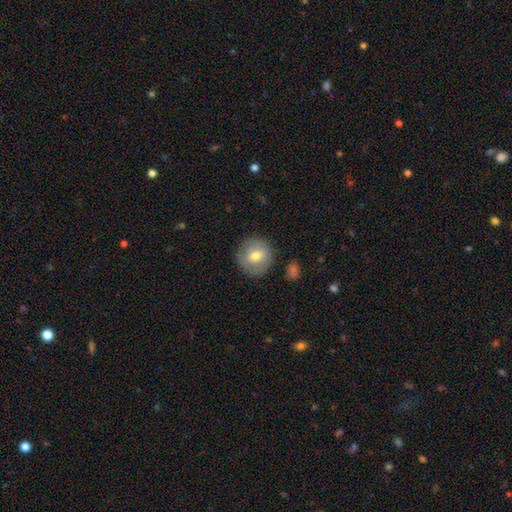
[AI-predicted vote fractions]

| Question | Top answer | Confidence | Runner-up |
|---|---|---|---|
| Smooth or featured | smooth | 71% | featured or disk (22%) |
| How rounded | round | 93% | in between (6%) |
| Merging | none | 84% | minor disturbance (10%) |